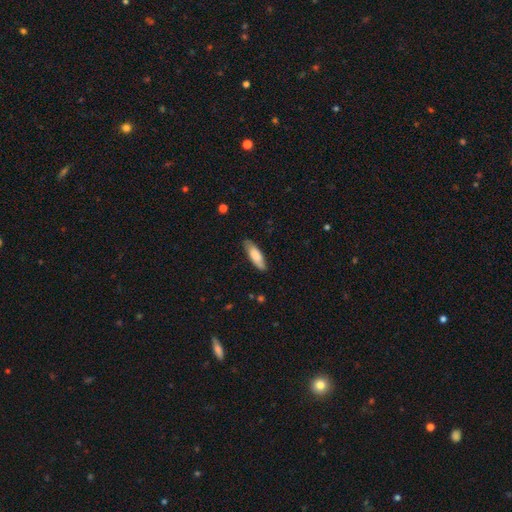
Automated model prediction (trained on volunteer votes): A smooth galaxy with no disk features (78%) that is in between round and cigar-shaped (55%). Merging: none (81%).